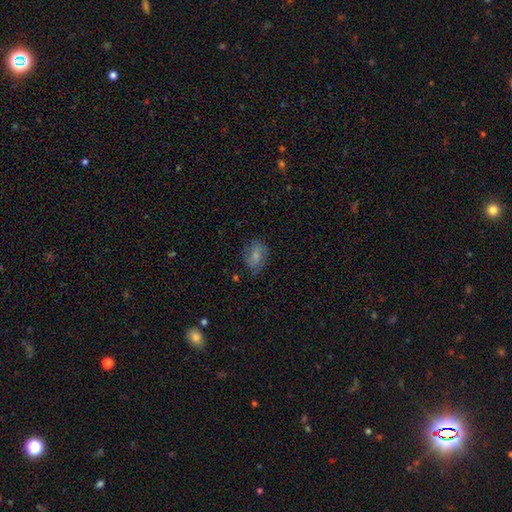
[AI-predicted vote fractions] A smooth galaxy with no disk features (65%) that is in between round and cigar-shaped (73%). Merging: none (71%).